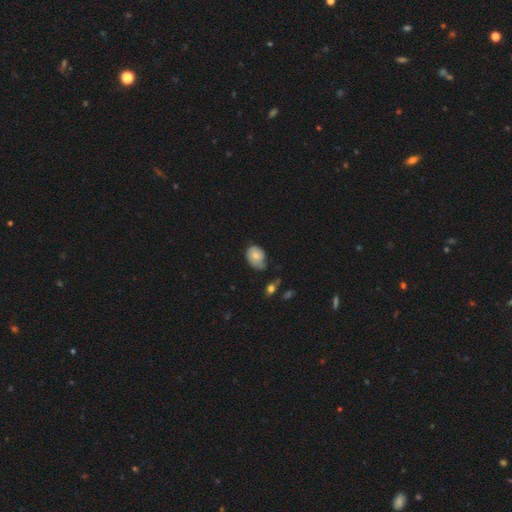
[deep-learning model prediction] A smooth galaxy with no disk features (69%) that is in between round and cigar-shaped (69%). Merging: minor disturbance (43%, tied with none).